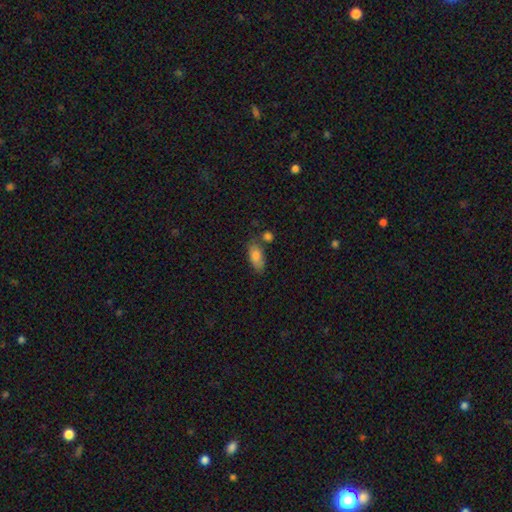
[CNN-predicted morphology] This appears to be a smooth galaxy with no disk features (82%) that is in between round and cigar-shaped (86%). Merging: none (62%).